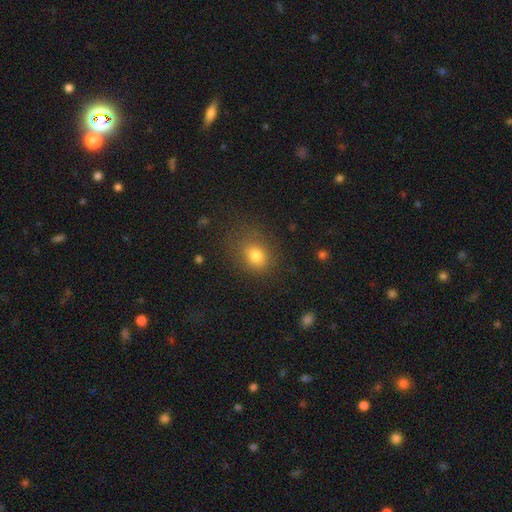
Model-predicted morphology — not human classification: smooth-or-featured: smooth: 78% | star or artifact: 14% | featured or disk: 9%
  how-rounded: round: 55% | in between: 44% | cigar-shaped: 1%
  merging: none: 75% | minor disturbance: 16% | major disturbance: 7% | merger: 2%